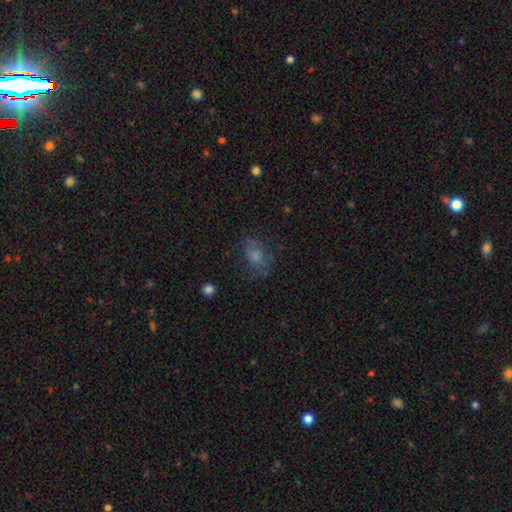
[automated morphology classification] The model was most divided on "merging": none: 56%, minor disturbance: 23%, major disturbance: 18%, merger: 2%. More confident: how rounded — in between (75%); smooth or featured — smooth (62%).